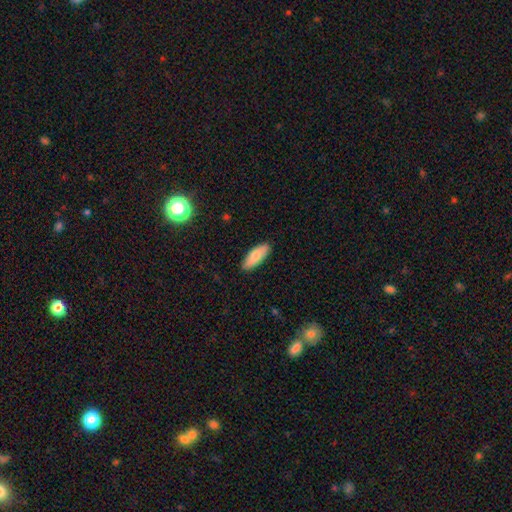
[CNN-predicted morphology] Q: Smooth or featured?
A: smooth (82%); runner-up: featured or disk (13%)
Q: How rounded?
A: in between (70%); runner-up: cigar-shaped (28%)
Q: Merging?
A: none (88%); runner-up: minor disturbance (9%)